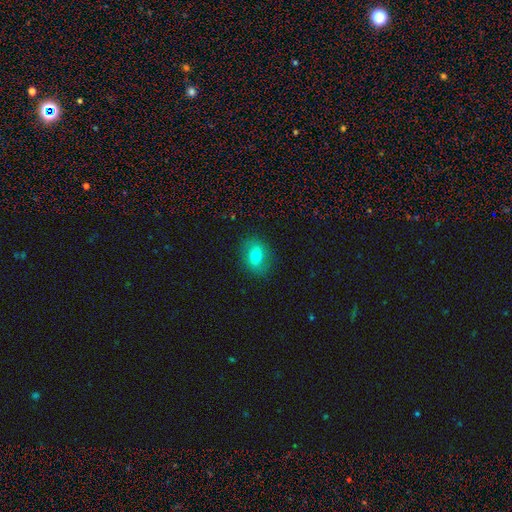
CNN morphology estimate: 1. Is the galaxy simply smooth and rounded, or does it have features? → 66% smooth, 23% featured or disk, 10% star or artifact.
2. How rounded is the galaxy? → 62% in between, 36% round, 2% cigar-shaped.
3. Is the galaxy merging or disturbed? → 85% none, 11% minor disturbance, 3% major disturbance, 1% merger.